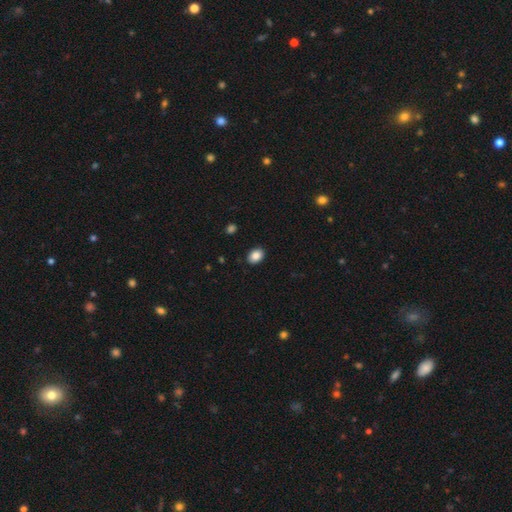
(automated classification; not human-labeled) The model was most divided on "how rounded": in between: 67%, round: 32%, cigar-shaped: 1%. More confident: merging — none (89%); smooth or featured — smooth (87%).